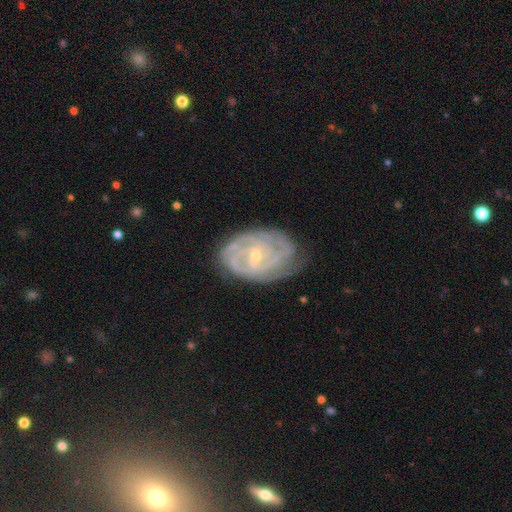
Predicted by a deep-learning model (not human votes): This is clearly a featured or disk galaxy (87%). It is clearly not viewed edge-on (97%). Bar: possibly no (54%). Spiral arm pattern: clearly yes (96%). Spiral arm count: marginally can't tell (28%). Spiral winding: likely tight (73%). Central bulge: likely small (75%). Merging: likely none (73%).